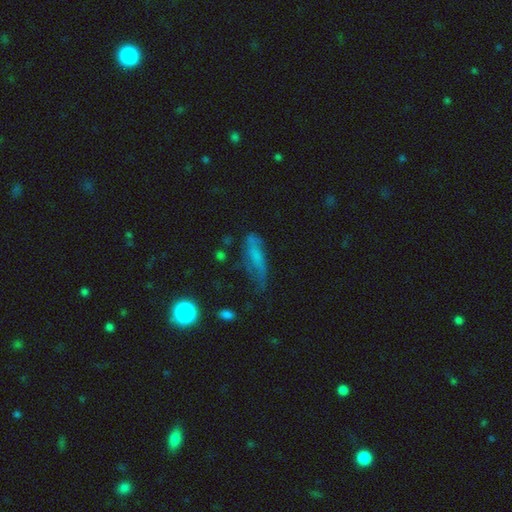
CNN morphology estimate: A smooth galaxy with no disk features (48%).

Vote fractions:
- Smooth or featured? smooth: 48% / featured or disk: 37% / star or artifact: 15%
- Merging? none: 43% / minor disturbance: 31% / major disturbance: 21% / merger: 4%